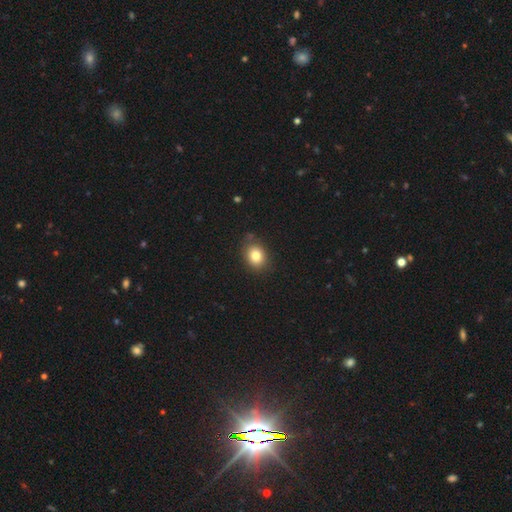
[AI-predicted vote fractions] A smooth galaxy with no disk features (82%) that is round (51%).

Vote fractions:
- Smooth or featured? smooth: 82% / star or artifact: 10% / featured or disk: 8%
- How rounded? round: 51% / in between: 48% / cigar-shaped: 1%
- Merging? none: 81% / minor disturbance: 13% / major disturbance: 3% / merger: 2%